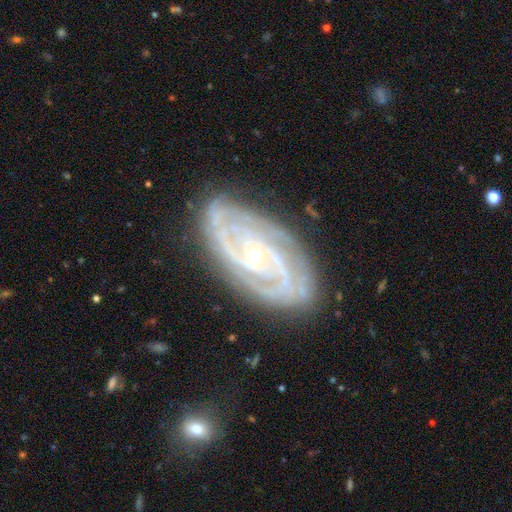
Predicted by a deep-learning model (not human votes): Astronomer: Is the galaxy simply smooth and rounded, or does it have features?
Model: featured or disk — 91%.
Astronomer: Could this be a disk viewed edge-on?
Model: no — 96%.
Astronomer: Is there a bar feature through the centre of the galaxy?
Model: no — 54% (runner-up: weak, 31%).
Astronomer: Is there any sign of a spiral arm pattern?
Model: yes — 98%.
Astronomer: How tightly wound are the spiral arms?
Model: tight — 73%.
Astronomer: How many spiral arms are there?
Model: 2 — 33% (runner-up: 3, 28%).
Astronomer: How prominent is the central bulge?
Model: small — 72%.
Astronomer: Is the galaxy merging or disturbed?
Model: none — 79%.